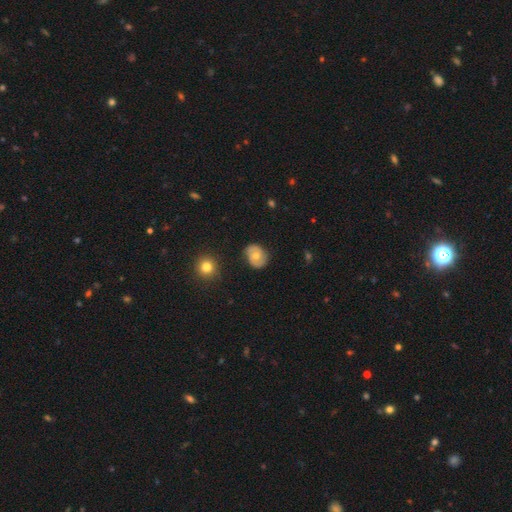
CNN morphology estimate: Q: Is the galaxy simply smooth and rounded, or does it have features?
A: smooth — 56%.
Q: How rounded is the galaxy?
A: in between — 52%.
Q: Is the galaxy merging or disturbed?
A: none — 81%.